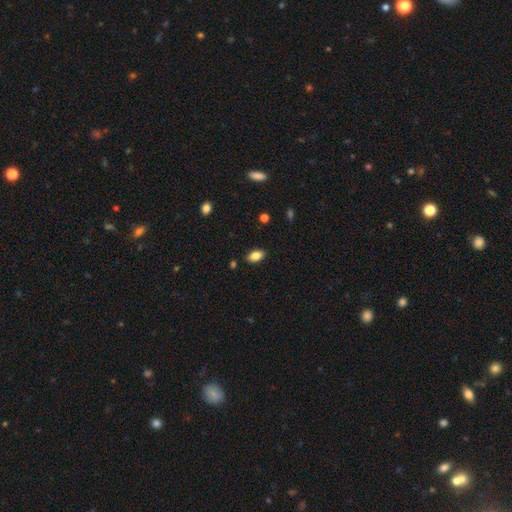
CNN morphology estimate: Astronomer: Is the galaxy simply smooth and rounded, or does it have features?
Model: smooth — 83%.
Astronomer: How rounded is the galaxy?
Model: in between — 90%.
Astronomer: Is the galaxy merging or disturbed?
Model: none — 87%.